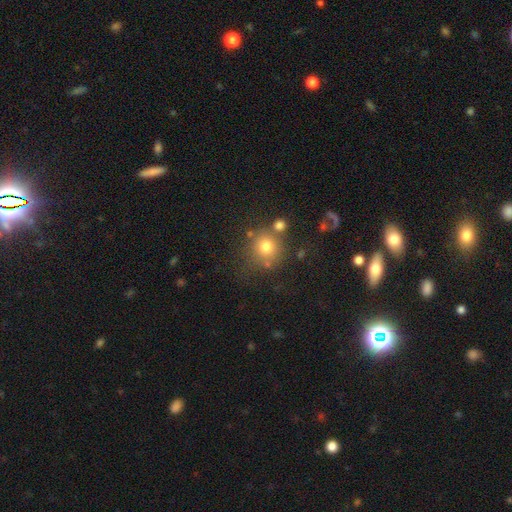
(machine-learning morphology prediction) Smooth or featured?
  - smooth: 54% *
  - star or artifact: 35%
  - featured or disk: 11%
How rounded?
  - round: 91% *
  - in between: 8%
  - cigar-shaped: 1%
Merging?
  - none: 77% *
  - minor disturbance: 11%
  - merger: 7%
  - major disturbance: 5%